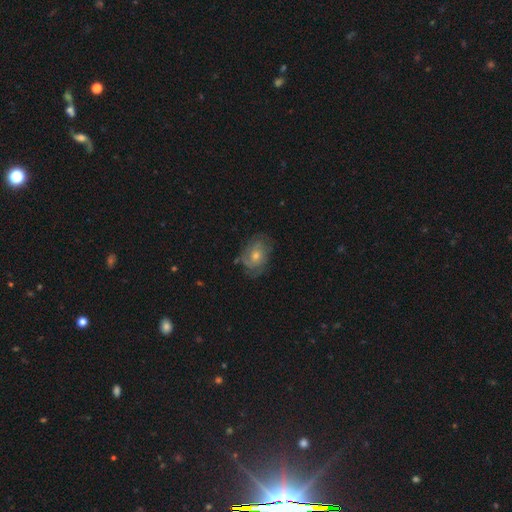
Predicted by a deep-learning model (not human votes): This is possibly a featured or disk galaxy (55%). It is clearly not viewed edge-on (95%). Bar: clearly no (80%). Spiral arm pattern: likely yes (72%). Central bulge: possibly moderate (59%). Merging: likely none (70%).